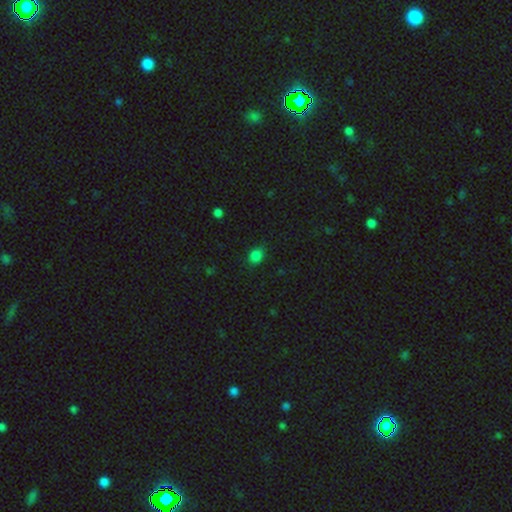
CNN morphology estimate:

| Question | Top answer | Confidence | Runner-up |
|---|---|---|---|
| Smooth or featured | smooth | 83% | star or artifact (14%) |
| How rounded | round | 56% | in between (43%) |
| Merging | none | 79% | minor disturbance (16%) |